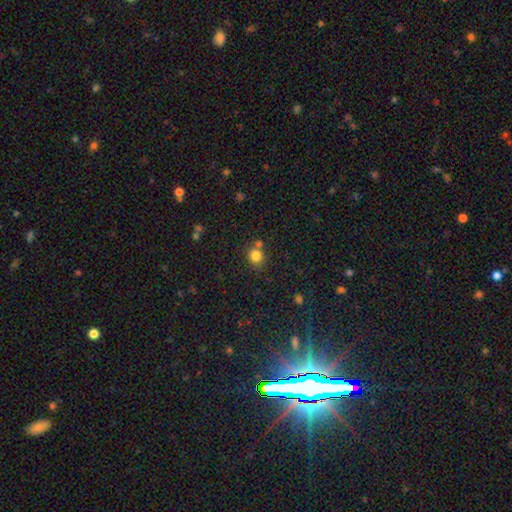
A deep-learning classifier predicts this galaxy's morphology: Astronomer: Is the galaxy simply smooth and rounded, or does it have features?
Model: smooth — 81%.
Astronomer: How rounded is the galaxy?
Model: round — 84%.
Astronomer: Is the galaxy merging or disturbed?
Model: none — 70%.